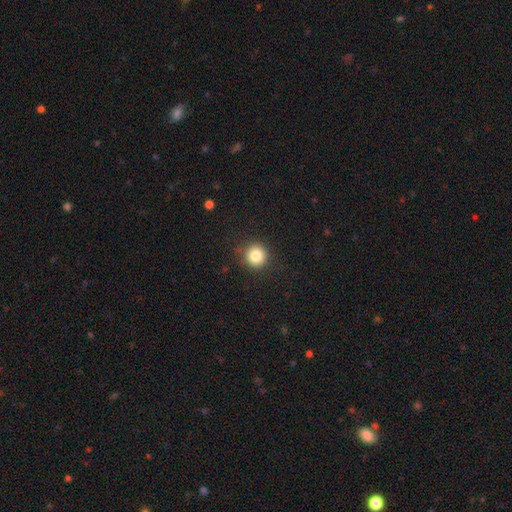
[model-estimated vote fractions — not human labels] Overall: smooth (82%). How rounded: round (94%). Merging: none (89%).